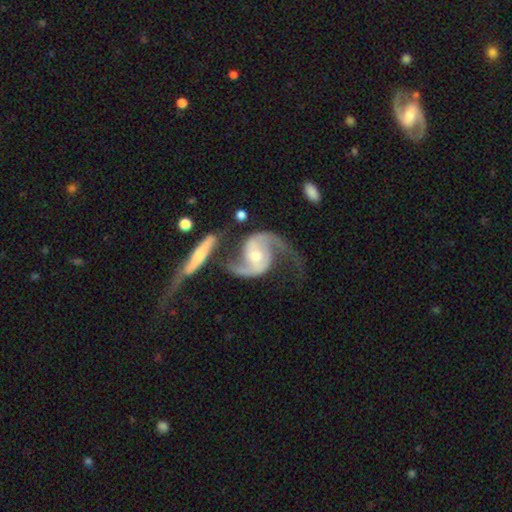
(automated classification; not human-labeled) Smooth or featured? Predicted: featured or disk (p=0.92). Edge-on disk? Predicted: no (p=0.97). Bar? Predicted: no (p=0.44). Spiral arms? Predicted: yes (p=0.98). Spiral winding? Predicted: medium (p=0.46). Spiral arm count? Predicted: 2 (p=0.93). Bulge size? Predicted: moderate (p=0.58). Merging? Predicted: none (p=0.47).